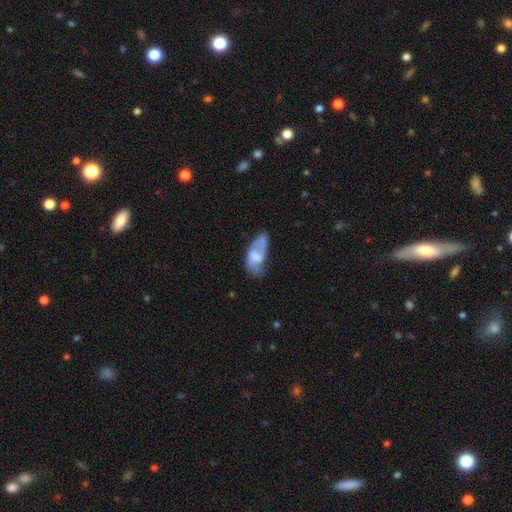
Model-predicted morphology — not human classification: type=smooth (47%); merging=none (37%).